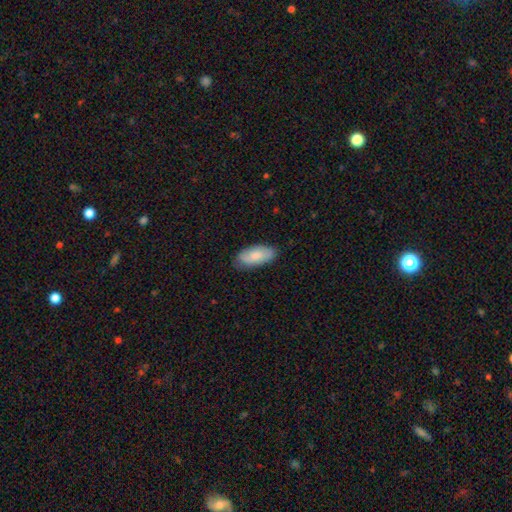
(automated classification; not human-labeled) The model was most divided on "smooth or featured": smooth: 79%, featured or disk: 16%, star or artifact: 6%. More confident: how rounded — in between (90%); merging — none (80%).